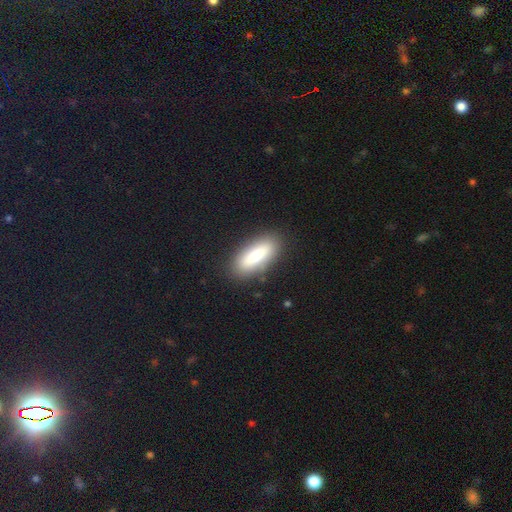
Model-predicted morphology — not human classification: Q: Smooth or featured?
A: smooth (79%); runner-up: featured or disk (14%)
Q: How rounded?
A: in between (66%); runner-up: cigar-shaped (32%)
Q: Merging?
A: none (86%); runner-up: minor disturbance (10%)